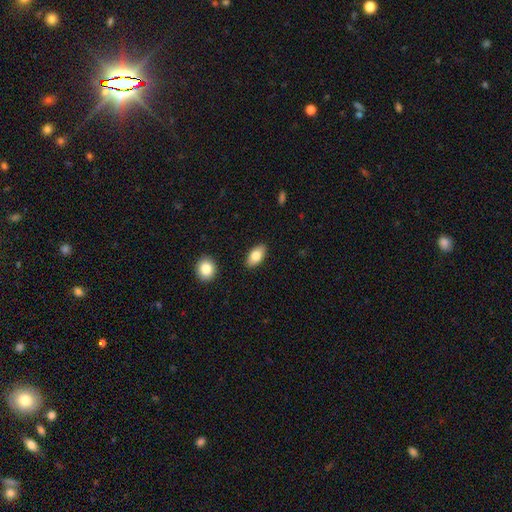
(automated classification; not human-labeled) A smooth galaxy with no disk features (80%) that is in between round and cigar-shaped (91%).

Vote fractions:
- Smooth or featured? smooth: 80% / featured or disk: 14% / star or artifact: 7%
- How rounded? in between: 91% / cigar-shaped: 5% / round: 4%
- Merging? none: 88% / minor disturbance: 8% / major disturbance: 2% / merger: 2%